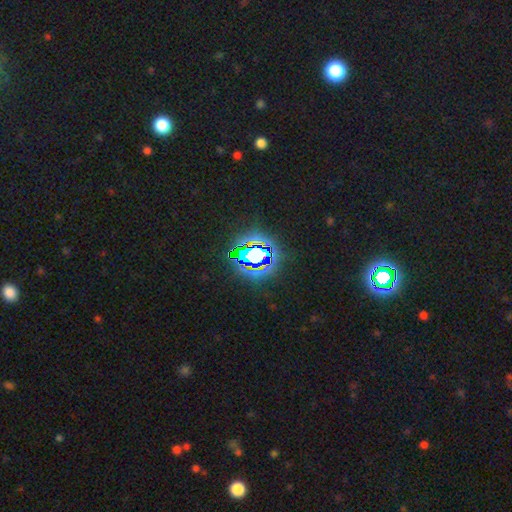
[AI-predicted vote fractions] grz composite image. It shows a star or artifact, not a galaxy (69%).